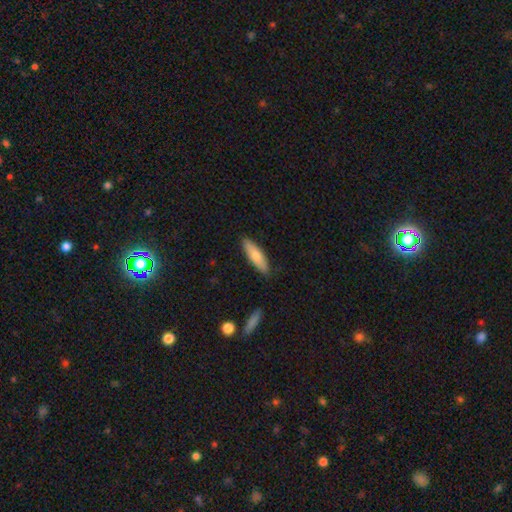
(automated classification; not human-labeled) Smooth or featured: smooth — 76% (featured or disk — 19%)
How rounded: cigar-shaped — 57% (in between — 41%)
Merging: none — 86% (minor disturbance — 11%)